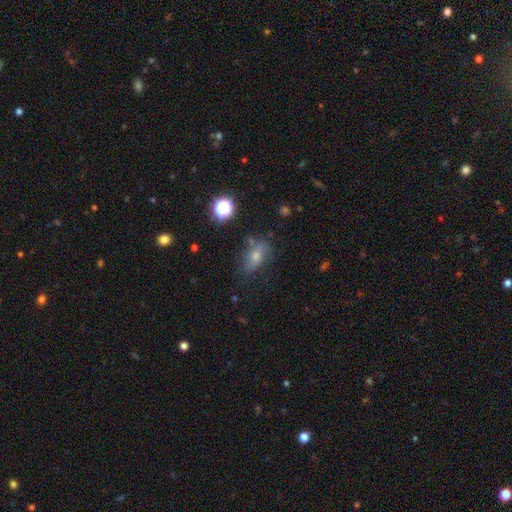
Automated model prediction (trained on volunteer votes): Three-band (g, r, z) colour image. It shows a smooth galaxy with no disk features (48%). Merging: none (65%).